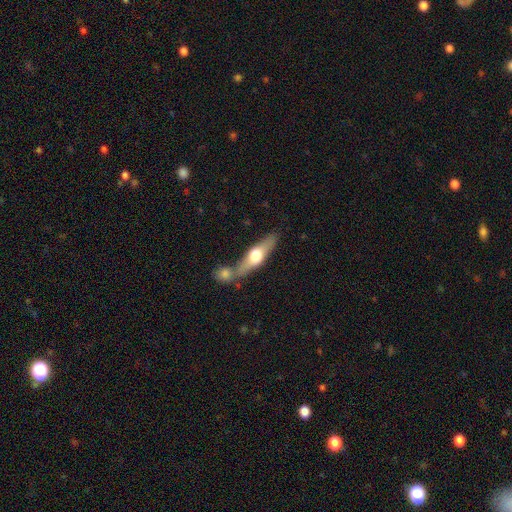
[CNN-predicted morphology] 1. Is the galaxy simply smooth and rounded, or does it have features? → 52% featured or disk, 43% smooth, 5% star or artifact.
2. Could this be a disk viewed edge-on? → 87% yes, 13% no.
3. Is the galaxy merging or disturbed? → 57% none, 27% merger, 12% minor disturbance, 4% major disturbance.